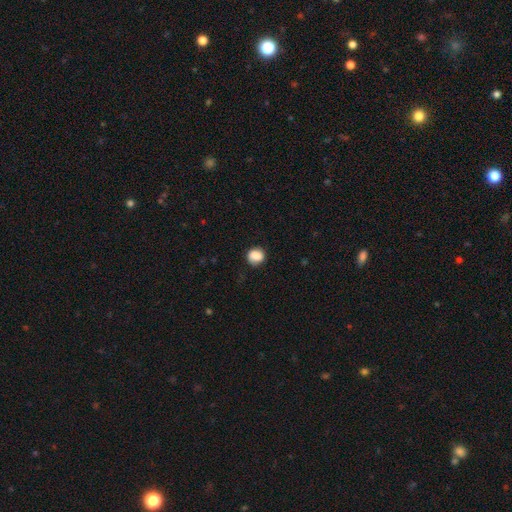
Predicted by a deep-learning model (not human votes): Q: Smooth or featured?
A: smooth (84%); runner-up: star or artifact (9%)
Q: How rounded?
A: round (76%); runner-up: in between (23%)
Q: Merging?
A: none (75%); runner-up: minor disturbance (19%)